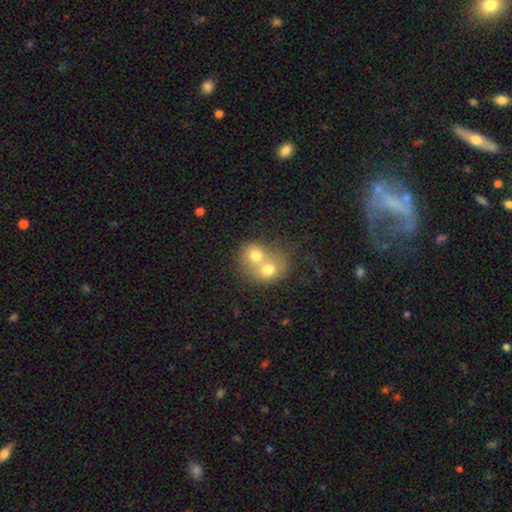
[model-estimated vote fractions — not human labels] smooth_or_featured: smooth (p=0.68) [alt: featured or disk p=0.22]
how_rounded: round (p=0.64) [alt: in between p=0.35]
merging: merger (p=0.76) [alt: none p=0.16]